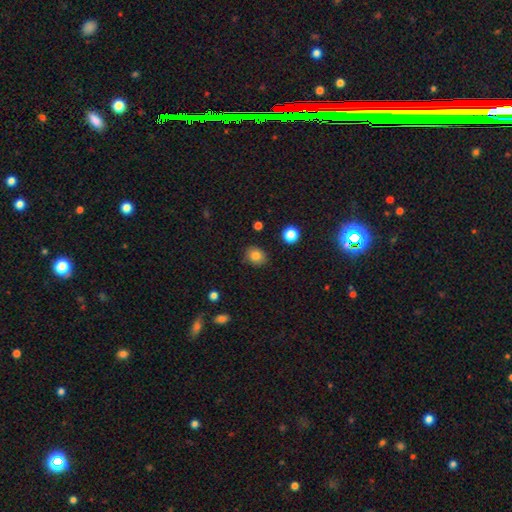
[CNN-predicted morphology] smooth_or_featured: smooth (p=0.82) [alt: star or artifact p=0.11]
how_rounded: round (p=0.62) [alt: in between p=0.37]
merging: none (p=0.85) [alt: minor disturbance p=0.11]